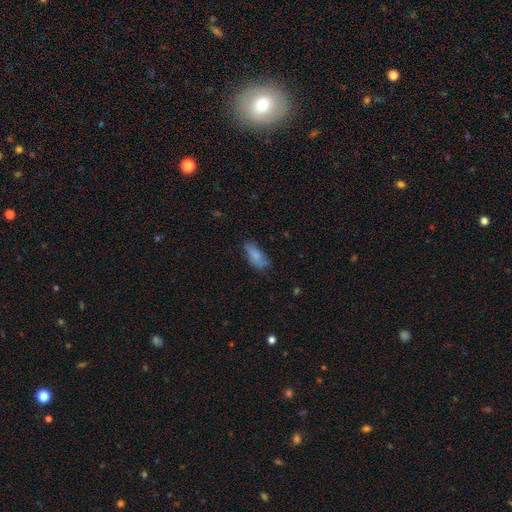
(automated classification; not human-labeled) Smooth or featured: smooth — 77% (featured or disk — 14%)
How rounded: in between — 78% (cigar-shaped — 20%)
Merging: none — 58% (minor disturbance — 28%)